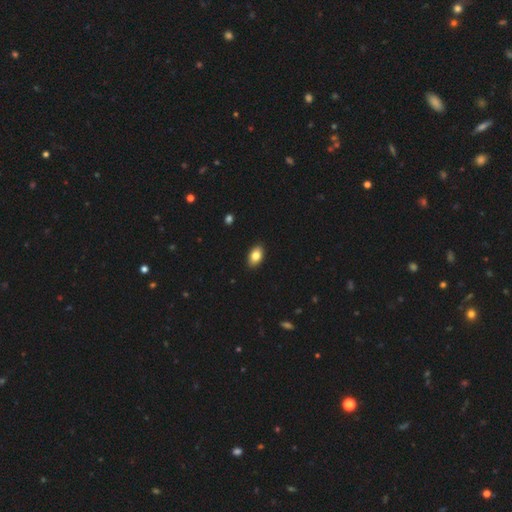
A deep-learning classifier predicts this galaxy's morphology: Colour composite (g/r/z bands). It shows a smooth galaxy with no disk features (83%) that is in between round and cigar-shaped (91%). Merging: none (90%).